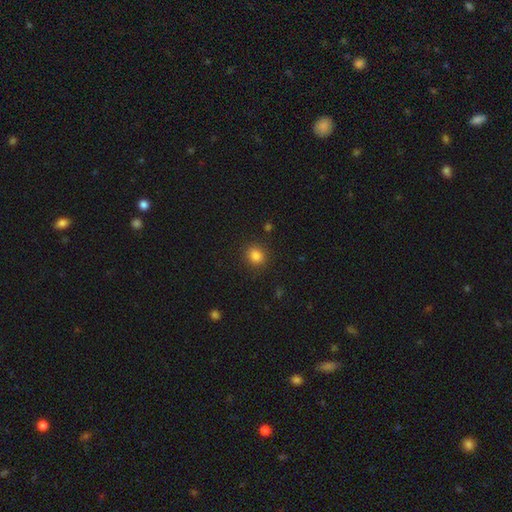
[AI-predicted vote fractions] Smooth or featured?
  - smooth: 84% *
  - star or artifact: 11%
  - featured or disk: 4%
How rounded?
  - round: 74% *
  - in between: 25%
  - cigar-shaped: 1%
Merging?
  - none: 88% *
  - minor disturbance: 8%
  - major disturbance: 3%
  - merger: 1%